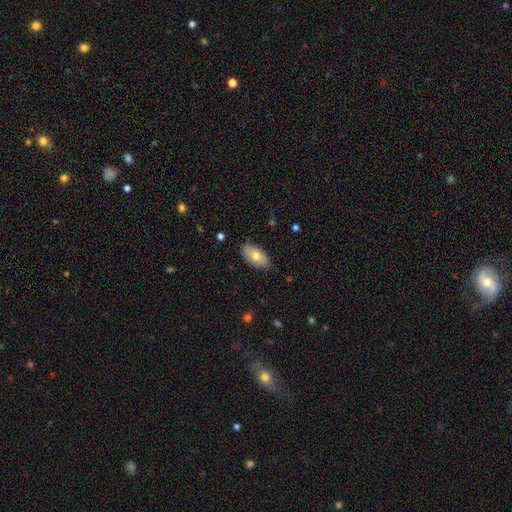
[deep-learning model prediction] Smooth or featured?
  - smooth: 74% *
  - featured or disk: 19%
  - star or artifact: 6%
How rounded?
  - in between: 94% *
  - round: 3%
  - cigar-shaped: 3%
Merging?
  - none: 85% *
  - minor disturbance: 12%
  - major disturbance: 2%
  - merger: 1%